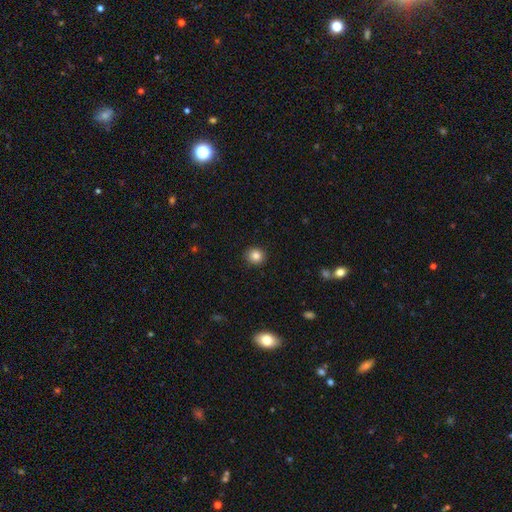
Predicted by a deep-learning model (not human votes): Morphology: type=smooth (85%); roundness=round (89%); merging=none (91%).